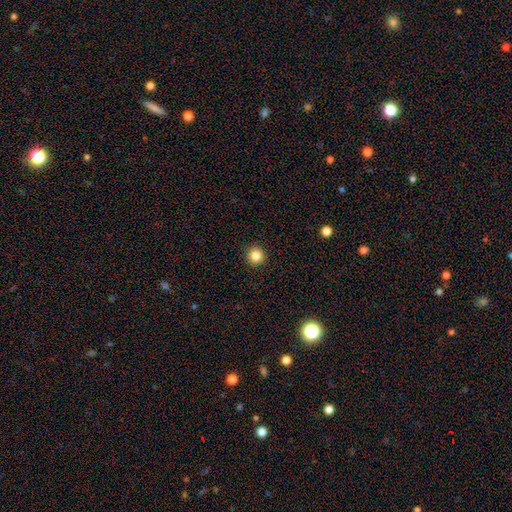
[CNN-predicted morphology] A smooth galaxy with no disk features (84%) that is round (95%).

Vote fractions:
- Smooth or featured? smooth: 84% / star or artifact: 11% / featured or disk: 5%
- How rounded? round: 95% / in between: 4% / cigar-shaped: 1%
- Merging? none: 93% / minor disturbance: 4% / major disturbance: 2% / merger: 1%